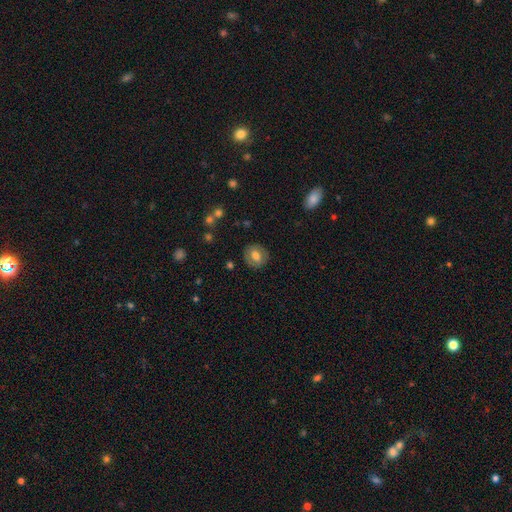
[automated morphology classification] A smooth galaxy with no disk features (65%) that is round (69%).

Vote fractions:
- Smooth or featured? smooth: 65% / featured or disk: 27% / star or artifact: 8%
- How rounded? round: 69% / in between: 30% / cigar-shaped: 1%
- Merging? none: 84% / minor disturbance: 11% / major disturbance: 3% / merger: 1%